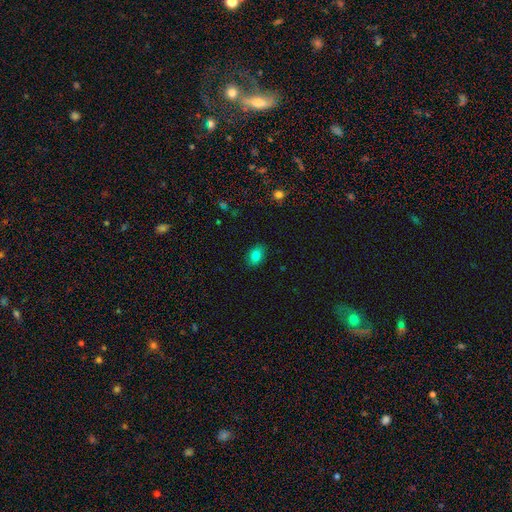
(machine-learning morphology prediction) smooth 81%, star or artifact 10%, featured or disk 8%. Down the decision tree: how rounded — in between (79%); merging — none (88%).